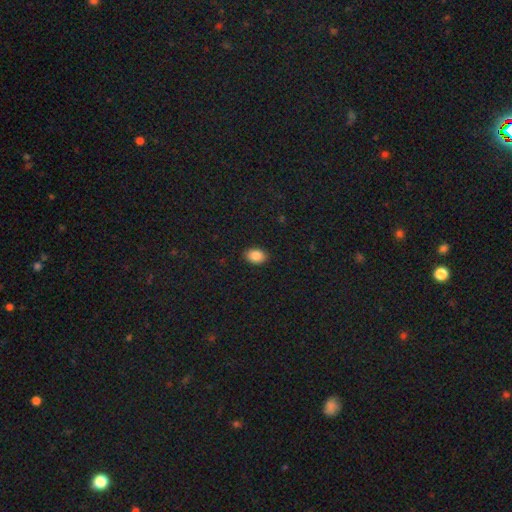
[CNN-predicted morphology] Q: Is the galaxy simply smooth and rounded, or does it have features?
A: smooth — 86%.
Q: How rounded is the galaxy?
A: in between — 81%.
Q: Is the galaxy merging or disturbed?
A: none — 90%.